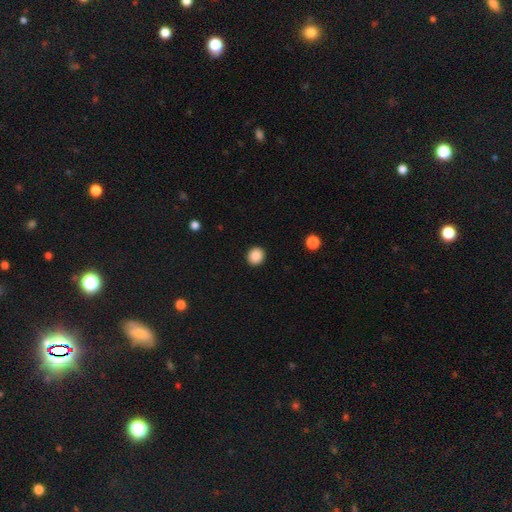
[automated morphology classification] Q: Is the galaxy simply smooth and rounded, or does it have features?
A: smooth — 88%.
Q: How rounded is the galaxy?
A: round — 87%.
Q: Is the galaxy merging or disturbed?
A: none — 92%.